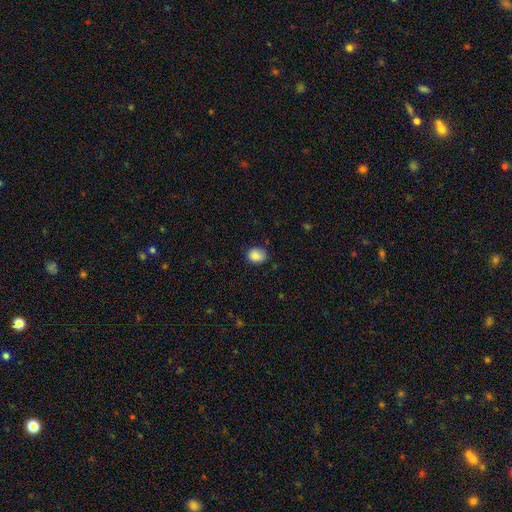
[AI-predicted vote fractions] A smooth galaxy with no disk features (88%) that is round (60%).

Vote fractions:
- Smooth or featured? smooth: 88% / star or artifact: 8% / featured or disk: 4%
- How rounded? round: 60% / in between: 39% / cigar-shaped: 1%
- Merging? none: 78% / minor disturbance: 17% / major disturbance: 3% / merger: 1%